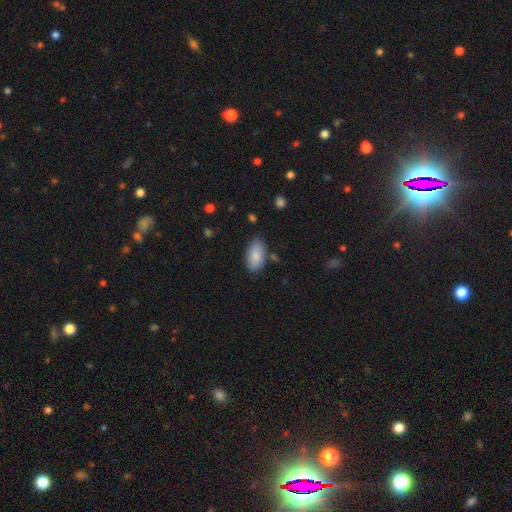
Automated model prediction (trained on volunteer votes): smooth 86%, featured or disk 8%, star or artifact 6%. Down the decision tree: how rounded — in between (95%); merging — none (79%).